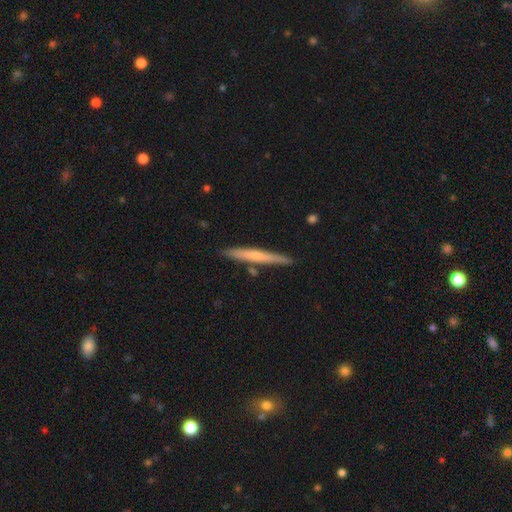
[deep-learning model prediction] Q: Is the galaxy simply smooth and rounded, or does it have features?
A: smooth — 51%.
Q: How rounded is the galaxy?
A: cigar-shaped — 96%.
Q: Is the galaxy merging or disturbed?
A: none — 85%.